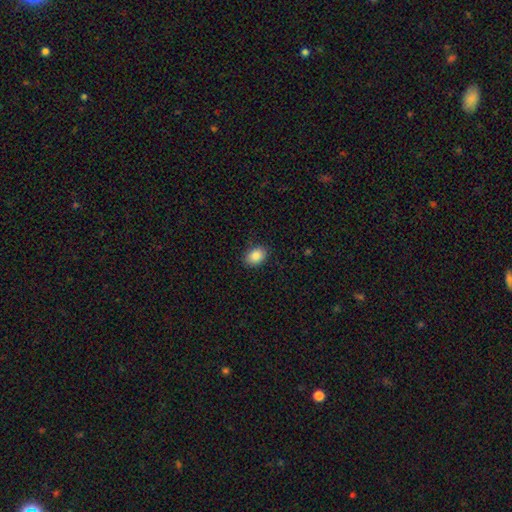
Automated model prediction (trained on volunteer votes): Q: Smooth or featured?
A: smooth (87%); runner-up: star or artifact (8%)
Q: How rounded?
A: in between (75%); runner-up: round (24%)
Q: Merging?
A: none (87%); runner-up: minor disturbance (10%)